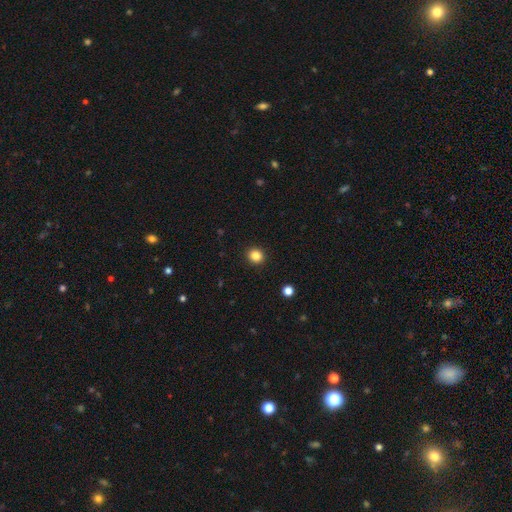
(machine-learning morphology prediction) This is clearly a smooth galaxy (85%). How rounded: clearly round (87%). Merging: clearly none (92%).